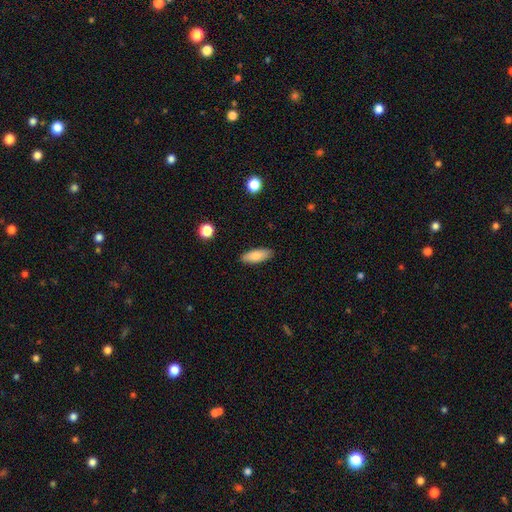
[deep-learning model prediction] smooth_or_featured: smooth (p=0.79) [alt: featured or disk p=0.14]
how_rounded: in between (p=0.72) [alt: cigar-shaped p=0.25]
merging: none (p=0.88) [alt: minor disturbance p=0.09]